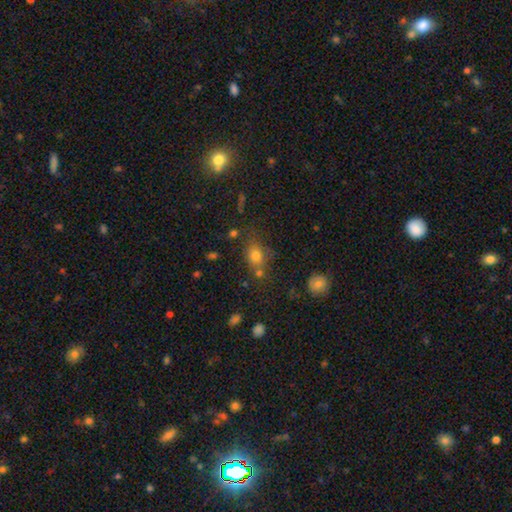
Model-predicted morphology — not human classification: type=smooth (73%); roundness=round (56%); merging=none (63%).